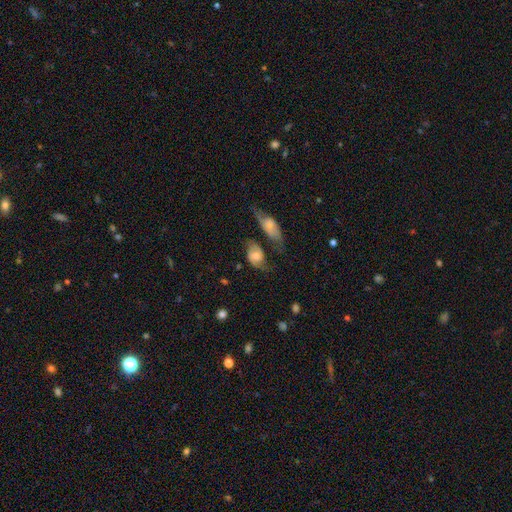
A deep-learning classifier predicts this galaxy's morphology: Q: Smooth or featured?
A: smooth (49%); runner-up: featured or disk (44%)
Q: Merging?
A: none (36%); runner-up: minor disturbance (23%)